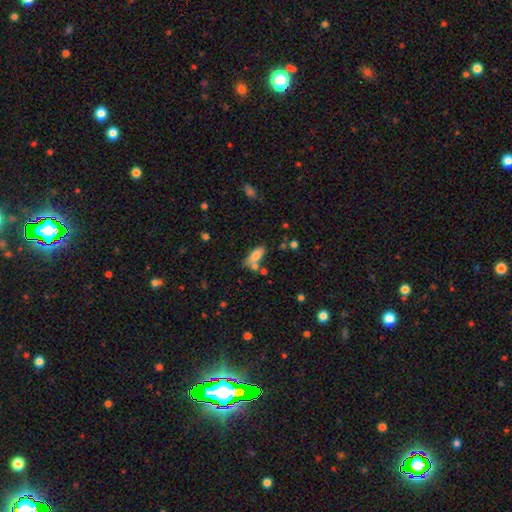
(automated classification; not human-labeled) This appears to be a smooth galaxy with no disk features (78%) that is in between round and cigar-shaped (79%). Merging: none (56%).